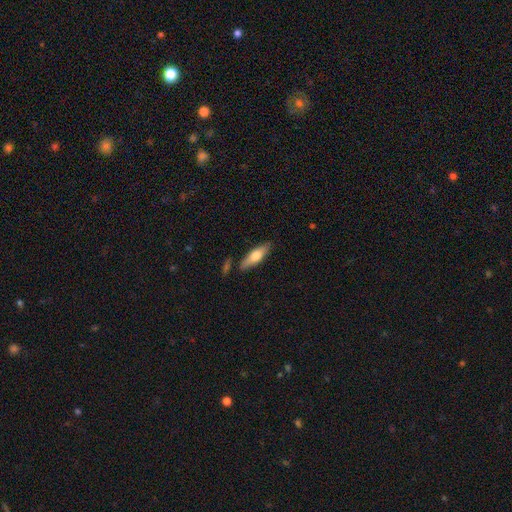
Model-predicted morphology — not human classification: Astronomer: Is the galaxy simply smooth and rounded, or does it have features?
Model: smooth — 61%.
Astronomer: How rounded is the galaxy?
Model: cigar-shaped — 56% (runner-up: in between, 41%).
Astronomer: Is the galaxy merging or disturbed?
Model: none — 81%.